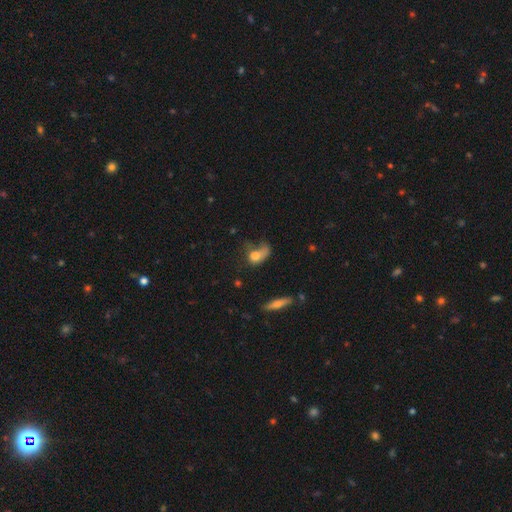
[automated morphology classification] Smooth or featured? Predicted: smooth (p=0.67). How rounded? Predicted: in between (p=0.67). Merging? Predicted: major disturbance (p=0.41).